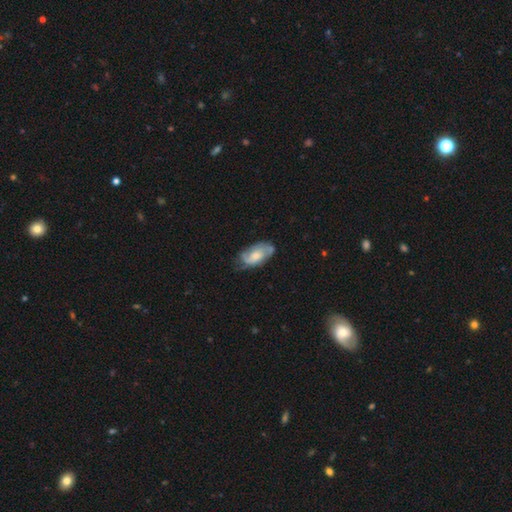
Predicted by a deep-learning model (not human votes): Overall: featured or disk (63%; smooth 31%). Edge-on disk: no (94%). Bar: no (68%). Spiral arms: yes (87%). Spiral arm count: 2 (47%; can't tell 27%). Spiral winding: medium (44%; tight 34%). Bulge size: moderate (52%; small 32%). Merging: none (61%; minor disturbance 28%).